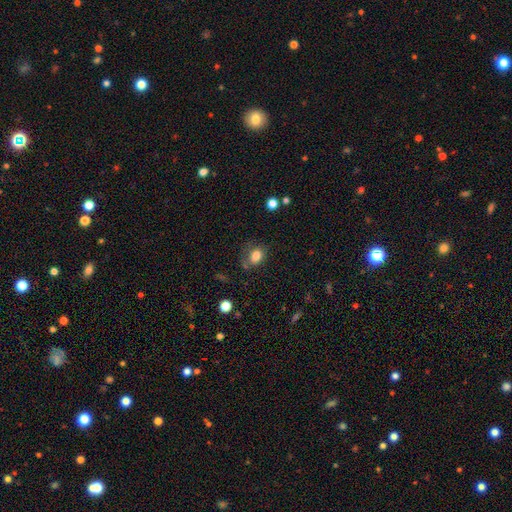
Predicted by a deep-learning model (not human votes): Overall: smooth (81%). How rounded: in between (54%; round 45%). Merging: none (63%; minor disturbance 24%).